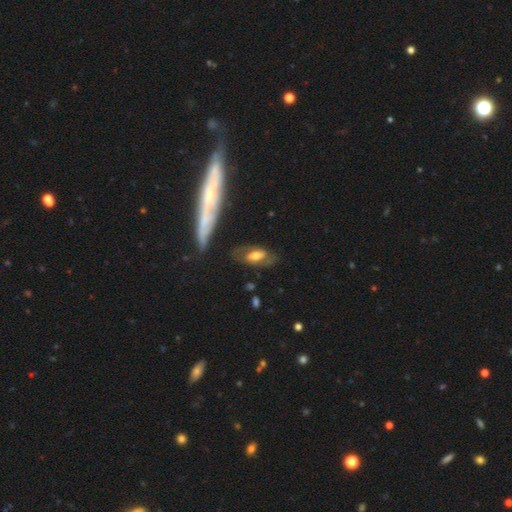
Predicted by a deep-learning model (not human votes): Smooth or featured: featured or disk — 56% (smooth — 36%)
Edge-on disk: no — 84% (yes — 16%)
Merging: none — 67% (minor disturbance — 19%)